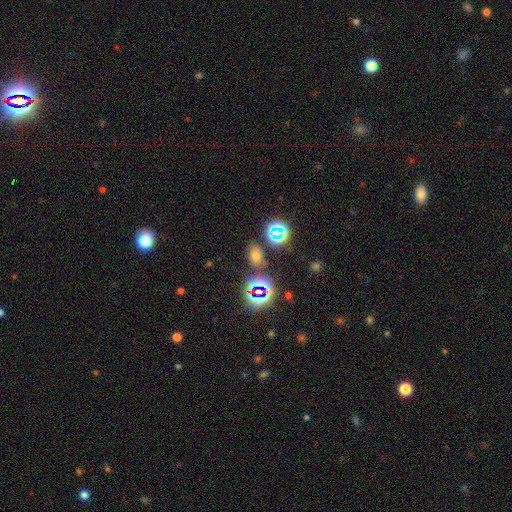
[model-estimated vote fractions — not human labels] The model was most divided on "smooth or featured": smooth: 55%, star or artifact: 37%, featured or disk: 8%. More confident: merging — none (79%); how rounded — in between (76%).